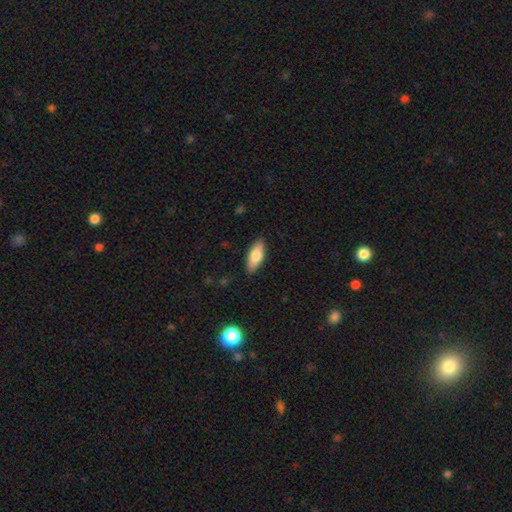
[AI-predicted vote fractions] smooth 75%, featured or disk 18%, star or artifact 6%. Down the decision tree: how rounded — in between (76%); merging — none (87%).